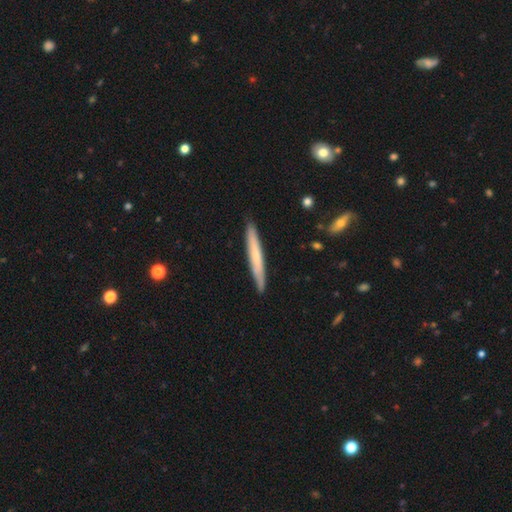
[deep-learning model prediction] smooth 56%, featured or disk 38%, star or artifact 6%. Down the decision tree: how rounded — cigar-shaped (96%); merging — none (89%).